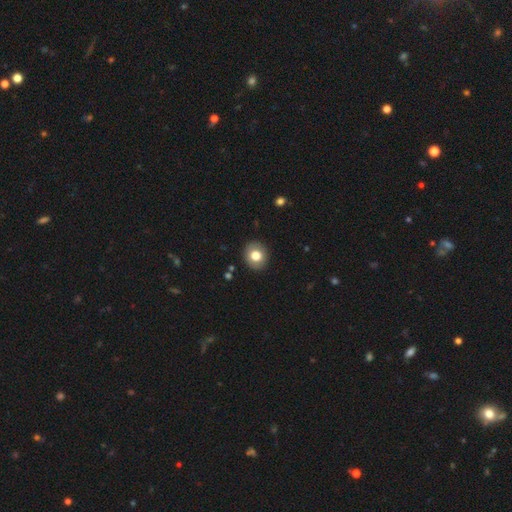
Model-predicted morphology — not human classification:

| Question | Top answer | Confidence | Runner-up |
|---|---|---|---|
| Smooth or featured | smooth | 77% | featured or disk (15%) |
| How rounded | round | 75% | in between (24%) |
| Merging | none | 89% | minor disturbance (8%) |